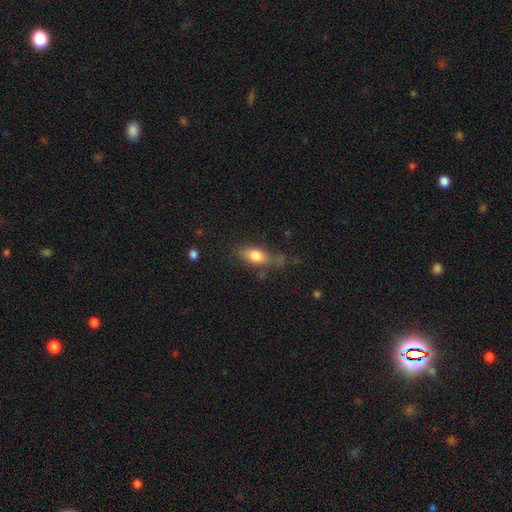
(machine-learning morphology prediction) smooth-or-featured: smooth: 76% | featured or disk: 16% | star or artifact: 8%
  how-rounded: in between: 77% | cigar-shaped: 16% | round: 7%
  merging: none: 54% | minor disturbance: 28% | major disturbance: 14% | merger: 5%